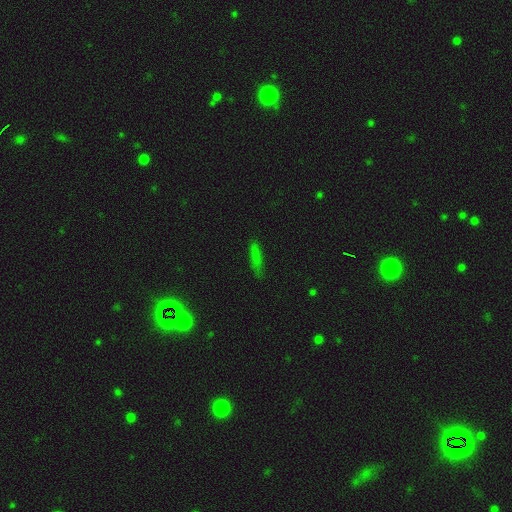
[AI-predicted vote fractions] Smooth or featured?
  - smooth: 73% *
  - star or artifact: 16%
  - featured or disk: 11%
How rounded?
  - cigar-shaped: 73% *
  - in between: 23%
  - round: 3%
Merging?
  - none: 76% *
  - minor disturbance: 18%
  - major disturbance: 4%
  - merger: 2%